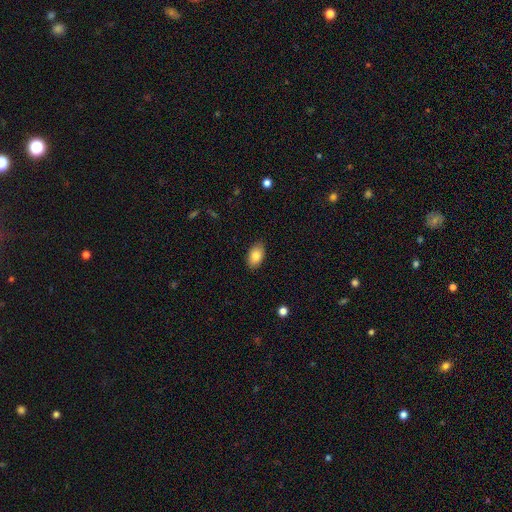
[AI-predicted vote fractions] Morphology: type=smooth (82%); roundness=in between (91%); merging=none (87%).